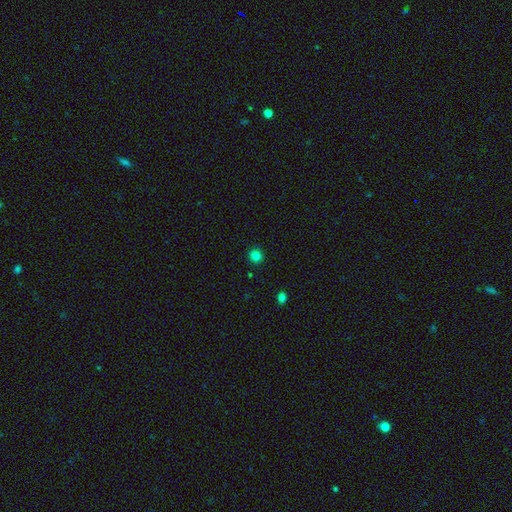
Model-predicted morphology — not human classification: This is clearly a smooth galaxy (82%). How rounded: clearly round (91%). Merging: clearly none (91%).